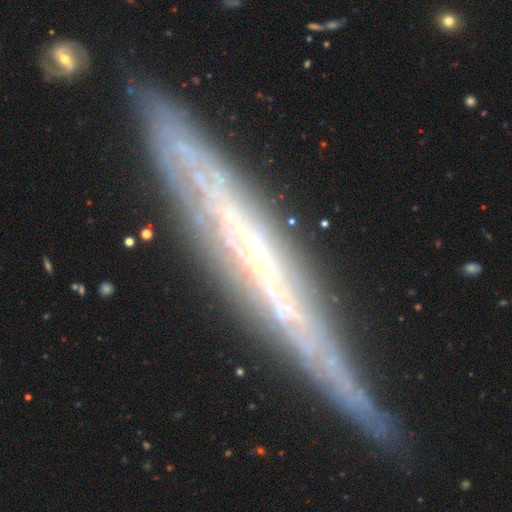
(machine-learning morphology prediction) Smooth or featured? Predicted: featured or disk (p=0.79). Edge-on disk? Predicted: yes (p=0.88). Edge-on bulge? Predicted: none (p=0.71). Merging? Predicted: none (p=0.81).